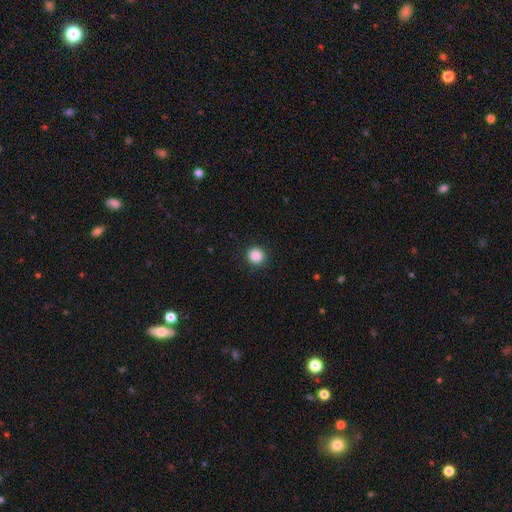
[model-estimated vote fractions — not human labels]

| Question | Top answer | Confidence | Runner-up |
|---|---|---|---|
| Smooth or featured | smooth | 88% | star or artifact (10%) |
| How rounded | round | 91% | in between (8%) |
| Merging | none | 91% | minor disturbance (6%) |